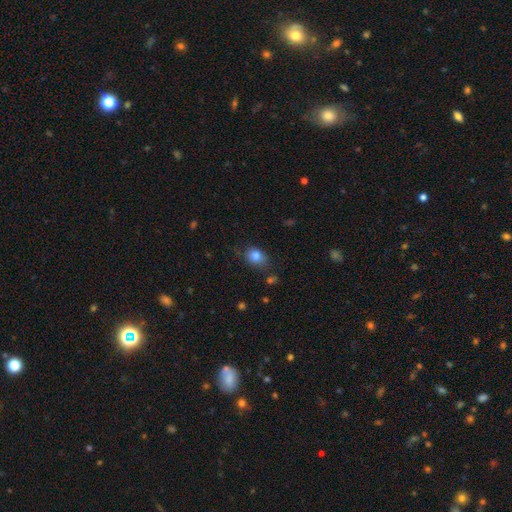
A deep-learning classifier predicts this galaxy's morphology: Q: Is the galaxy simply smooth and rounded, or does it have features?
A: smooth — 82%.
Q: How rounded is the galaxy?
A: in between — 58%.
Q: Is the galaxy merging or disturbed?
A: none — 72%.